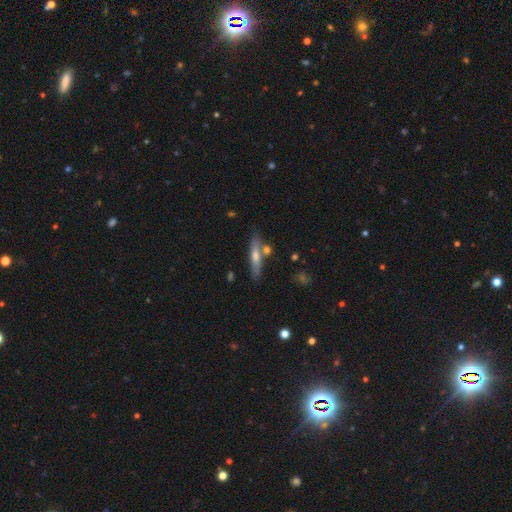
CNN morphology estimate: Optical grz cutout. It shows a smooth galaxy with no disk features (48%). Merging: none (77%).